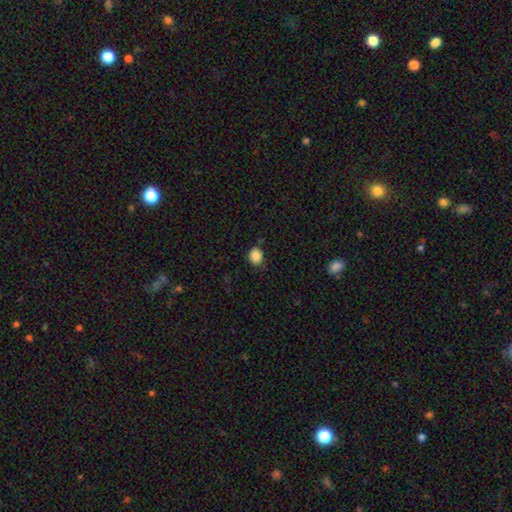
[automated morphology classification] Smooth or featured? smooth (87%)
How rounded? round (59%)
Merging? none (81%)